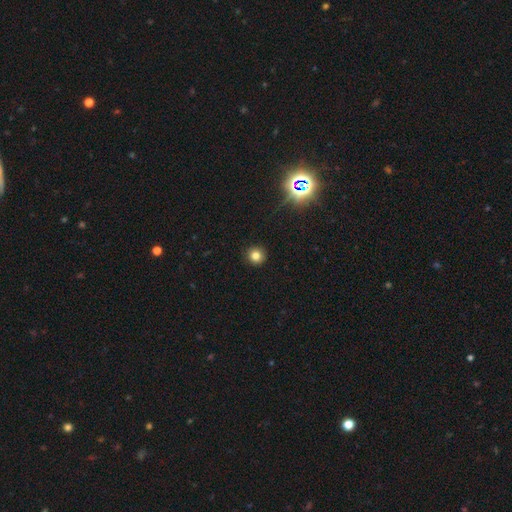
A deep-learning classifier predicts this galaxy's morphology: Q: Smooth or featured?
A: smooth (79%); runner-up: star or artifact (15%)
Q: How rounded?
A: round (94%); runner-up: in between (5%)
Q: Merging?
A: none (92%); runner-up: minor disturbance (5%)